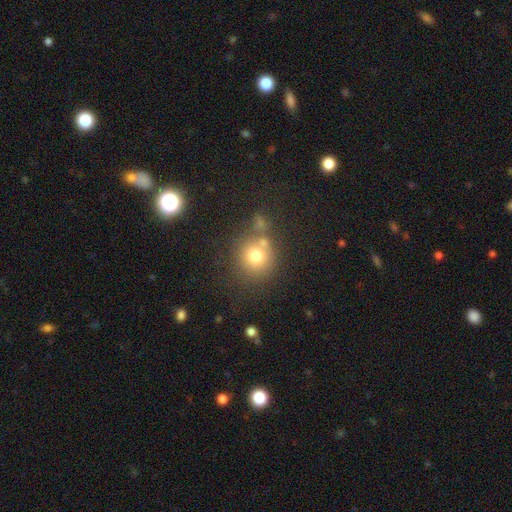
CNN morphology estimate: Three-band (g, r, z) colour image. It shows a smooth galaxy with no disk features (74%) that is round (88%). Merging: none (60%).